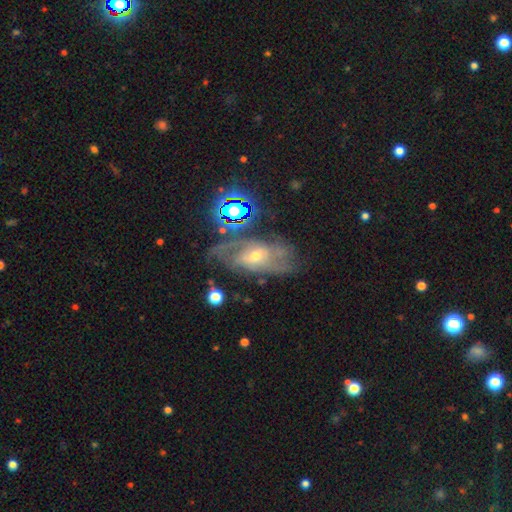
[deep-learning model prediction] smooth_or_featured: featured or disk (p=0.72) [alt: star or artifact p=0.15]
disk_edge_on: no (p=0.90) [alt: yes p=0.10]
bar: no (p=0.60) [alt: weak p=0.31]
has_spiral_arms: yes (p=0.86) [alt: no p=0.14]
spiral_winding: tight (p=0.46) [alt: medium p=0.38]
spiral_arm_count: can't tell (p=0.45) [alt: 2 p=0.30]
bulge_size: small (p=0.60) [alt: moderate p=0.36]
merging: none (p=0.63) [alt: minor disturbance p=0.19]